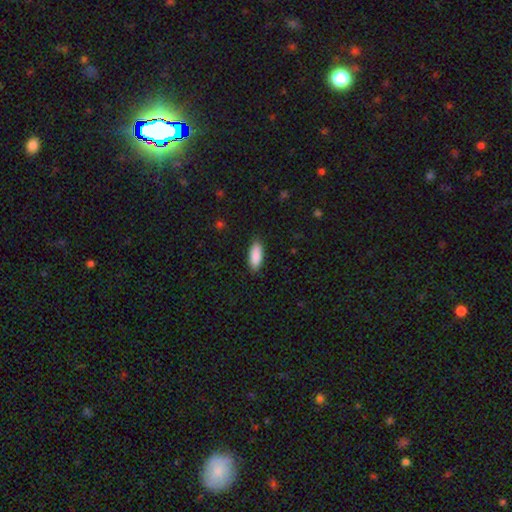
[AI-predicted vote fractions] This is clearly a smooth galaxy (89%). How rounded: likely in between (77%). Merging: clearly none (87%).